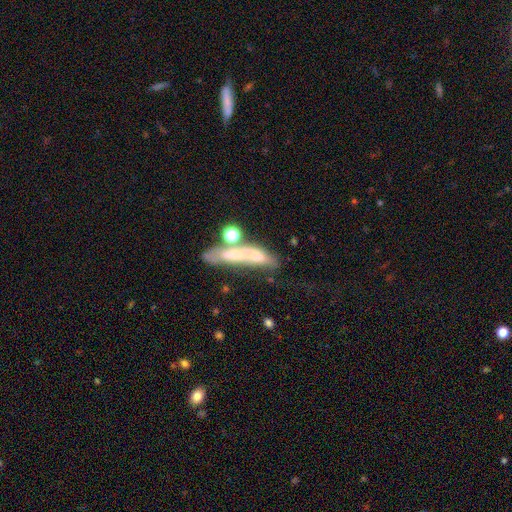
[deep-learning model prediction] Smooth or featured: smooth — 51% (featured or disk — 36%)
How rounded: cigar-shaped — 59% (in between — 32%)
Merging: merger — 42% (none — 29%)